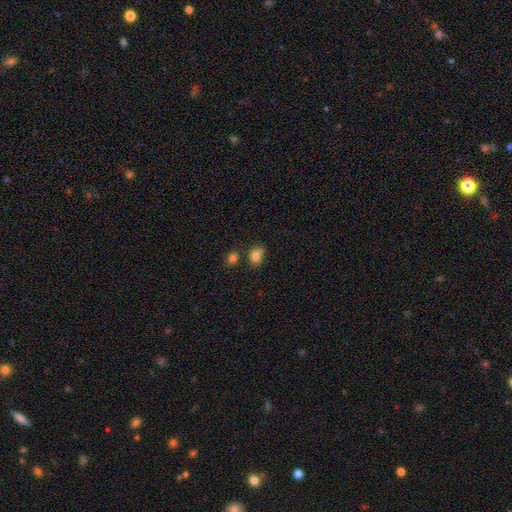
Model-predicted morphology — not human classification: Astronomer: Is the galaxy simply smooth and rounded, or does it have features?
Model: smooth — 82%.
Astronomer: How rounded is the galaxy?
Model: in between — 60% (runner-up: round, 39%).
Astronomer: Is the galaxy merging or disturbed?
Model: none — 58%.